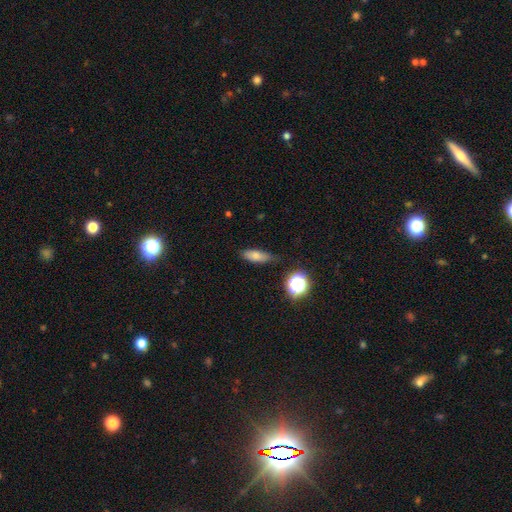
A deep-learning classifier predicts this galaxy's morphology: This is likely a smooth galaxy (77%). How rounded: possibly in between (60%). Merging: likely none (70%).